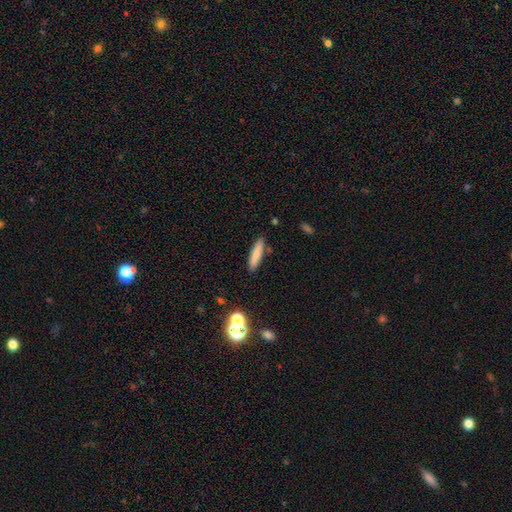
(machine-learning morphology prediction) Q: Smooth or featured?
A: smooth (78%); runner-up: featured or disk (14%)
Q: How rounded?
A: cigar-shaped (81%); runner-up: in between (17%)
Q: Merging?
A: none (85%); runner-up: minor disturbance (9%)